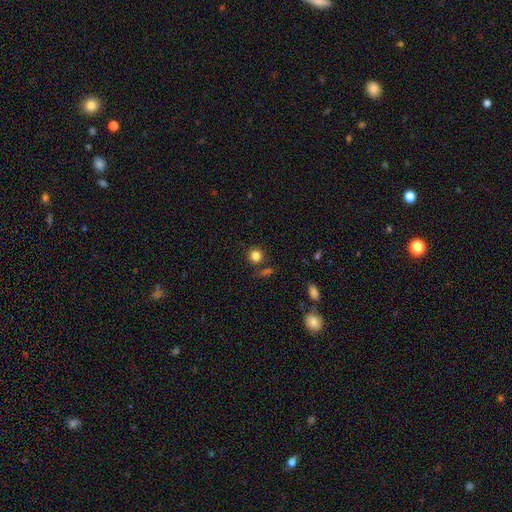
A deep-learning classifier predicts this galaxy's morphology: This appears to be a smooth galaxy with no disk features (83%) that is round (91%). Merging: none (78%).